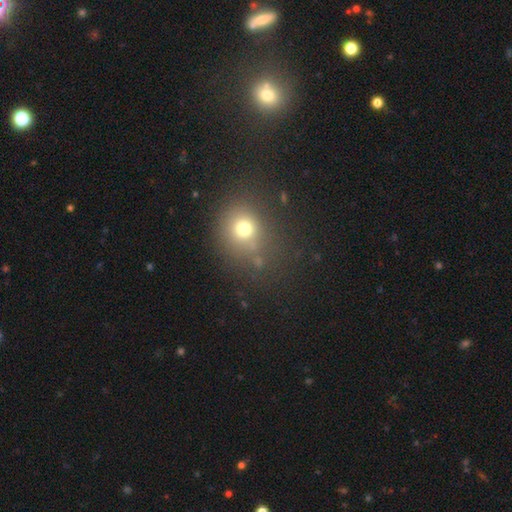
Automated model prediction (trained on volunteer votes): Morphology: type=smooth (58%); roundness=round (76%); merging=none (67%).